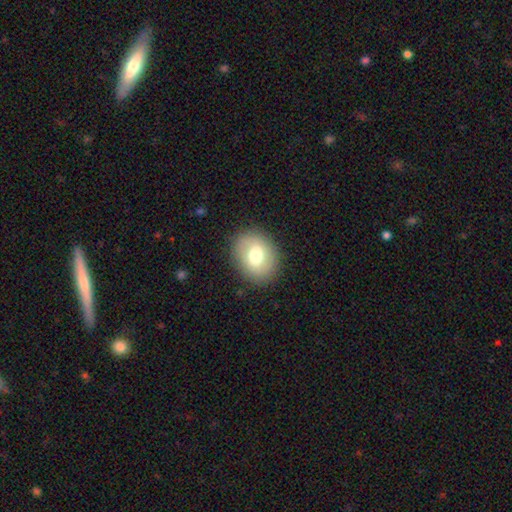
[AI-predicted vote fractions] This appears to be a smooth galaxy with no disk features (70%) that is in between round and cigar-shaped (50%). Merging: none (87%).